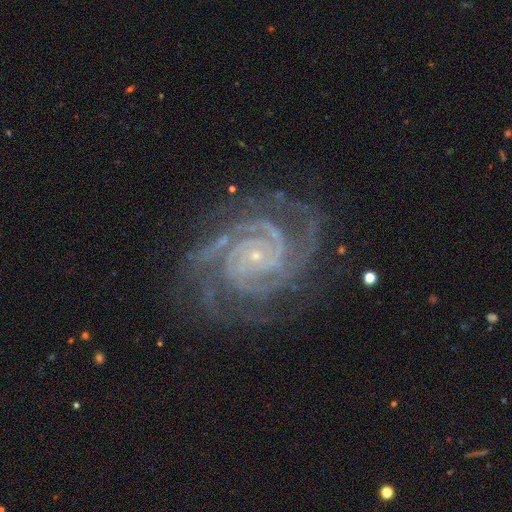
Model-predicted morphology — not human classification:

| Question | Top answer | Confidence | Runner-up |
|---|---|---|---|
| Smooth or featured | featured or disk | 92% | star or artifact (5%) |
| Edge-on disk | no | 98% | yes (2%) |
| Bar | no | 71% | weak (19%) |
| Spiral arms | yes | 99% | no (1%) |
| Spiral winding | tight | 75% | medium (23%) |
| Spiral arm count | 2 | 28% | 3 (26%) |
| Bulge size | small | 88% | moderate (7%) |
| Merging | none | 79% | minor disturbance (15%) |